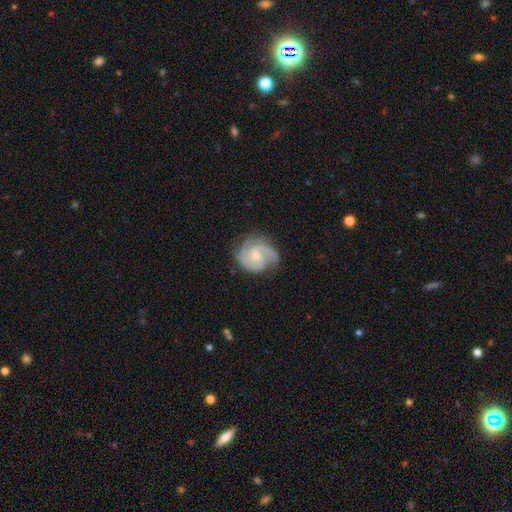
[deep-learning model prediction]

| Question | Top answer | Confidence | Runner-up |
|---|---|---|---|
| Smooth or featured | featured or disk | 83% | smooth (12%) |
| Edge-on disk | no | 98% | yes (2%) |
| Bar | no | 64% | weak (32%) |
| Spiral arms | yes | 97% | no (3%) |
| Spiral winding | tight | 48% | medium (42%) |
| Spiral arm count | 2 | 55% | 3 (24%) |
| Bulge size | small | 55% | moderate (39%) |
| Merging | none | 69% | minor disturbance (21%) |